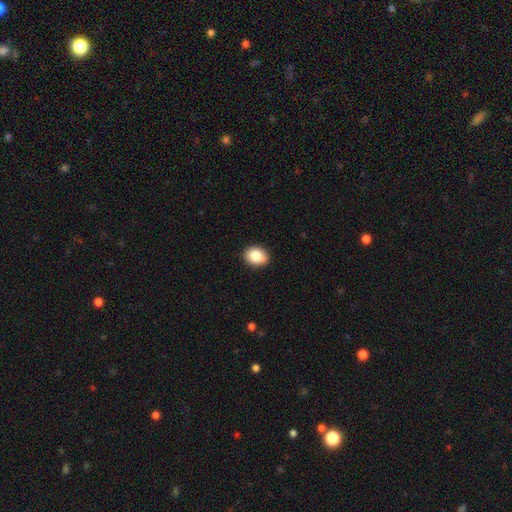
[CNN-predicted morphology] This is clearly a smooth galaxy (84%). How rounded: possibly in between (59%). Merging: clearly none (90%).